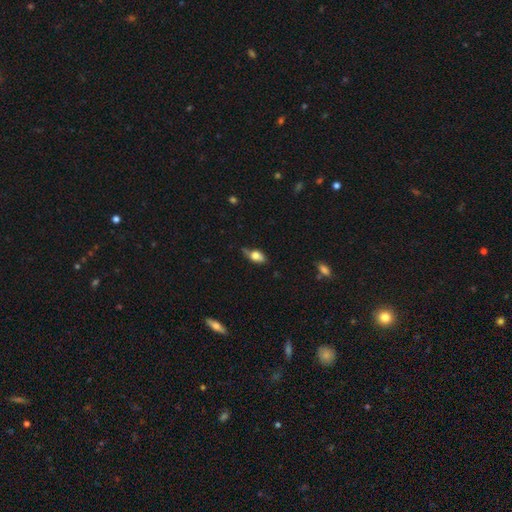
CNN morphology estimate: The model was most divided on "merging": none: 58%, minor disturbance: 31%, major disturbance: 8%, merger: 3%. More confident: how rounded — in between (79%); smooth or featured — smooth (60%).